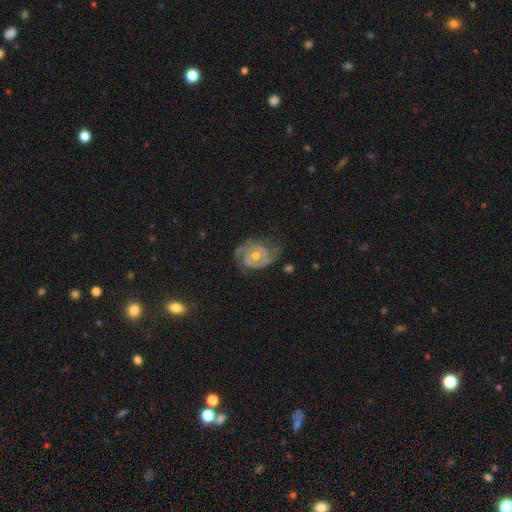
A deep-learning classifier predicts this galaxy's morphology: A featured or disk galaxy (87%) with no bar (67%), 2 (71%) tight (55%) spiral arms (95%) and a moderate central bulge (64%). Merging: none (65%).